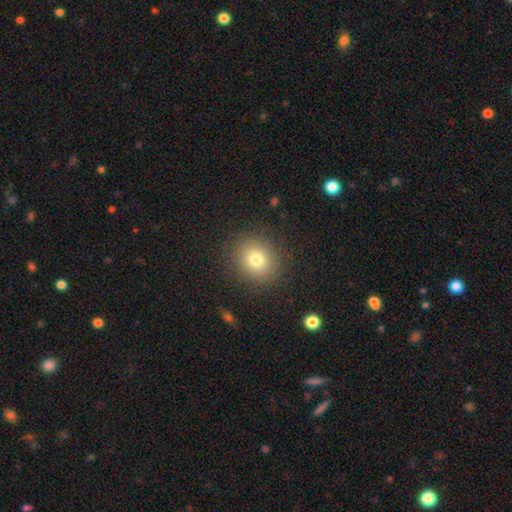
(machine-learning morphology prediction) Overall: smooth (78%). How rounded: round (73%). Merging: none (88%).